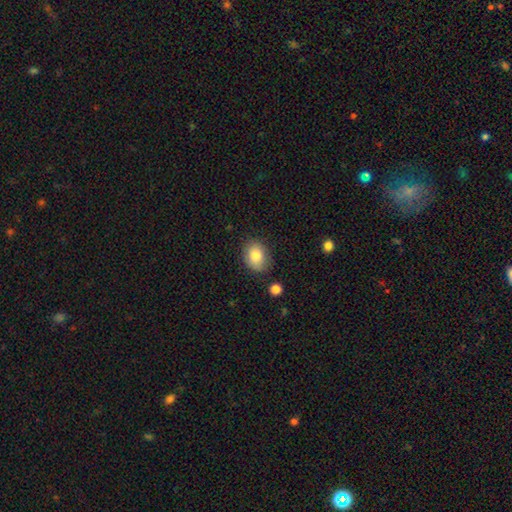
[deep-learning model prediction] Overall: smooth (84%). How rounded: in between (66%; round 33%). Merging: none (80%).